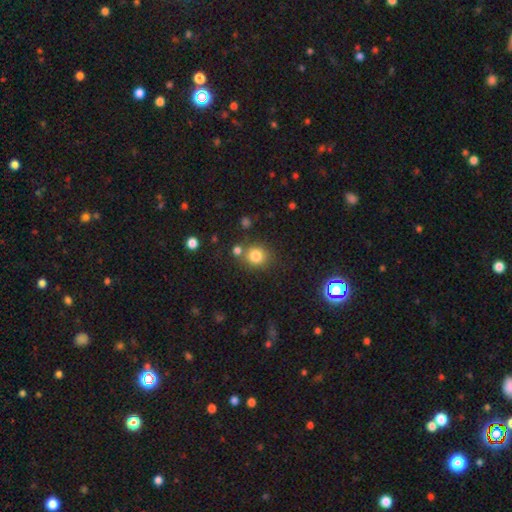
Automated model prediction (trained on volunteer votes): Morphology: type=smooth (81%); roundness=round (84%); merging=none (72%).